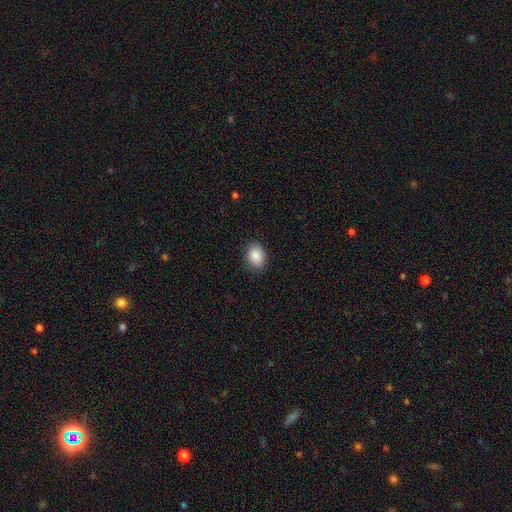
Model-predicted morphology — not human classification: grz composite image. It shows a smooth galaxy with no disk features (87%) that is in between round and cigar-shaped (78%). Merging: none (85%).